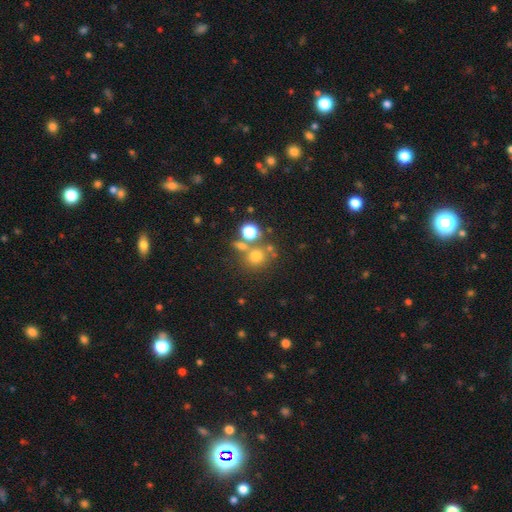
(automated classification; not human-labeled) This appears to be a smooth galaxy with no disk features (68%) that is round (84%). Merging: none (60%).